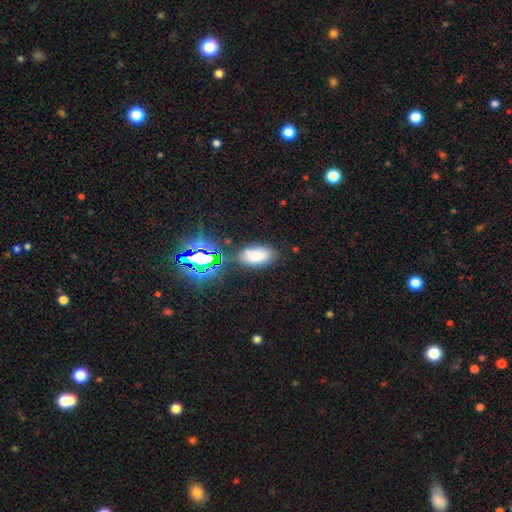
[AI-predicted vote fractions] This is likely a smooth galaxy (71%). How rounded: clearly in between (91%). Merging: likely none (71%).